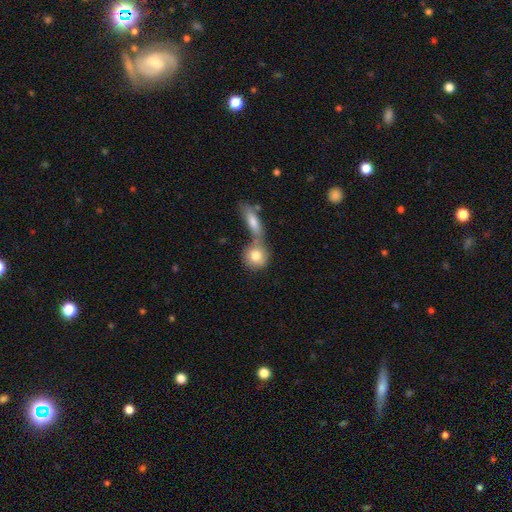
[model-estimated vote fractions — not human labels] Q: Smooth or featured?
A: smooth (78%); runner-up: featured or disk (15%)
Q: How rounded?
A: round (79%); runner-up: in between (18%)
Q: Merging?
A: merger (48%); runner-up: none (39%)